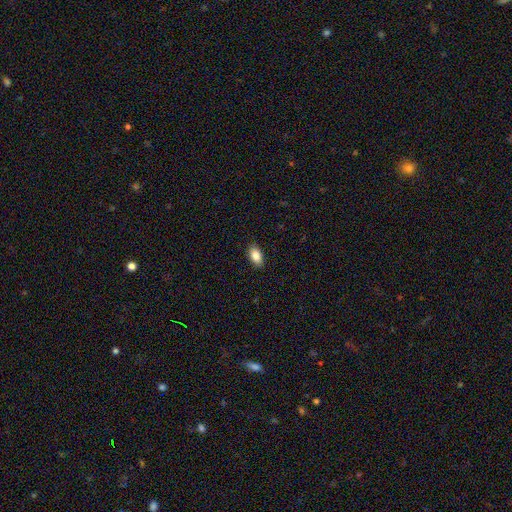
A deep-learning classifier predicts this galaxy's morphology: type=smooth (86%); roundness=in between (92%); merging=none (87%).